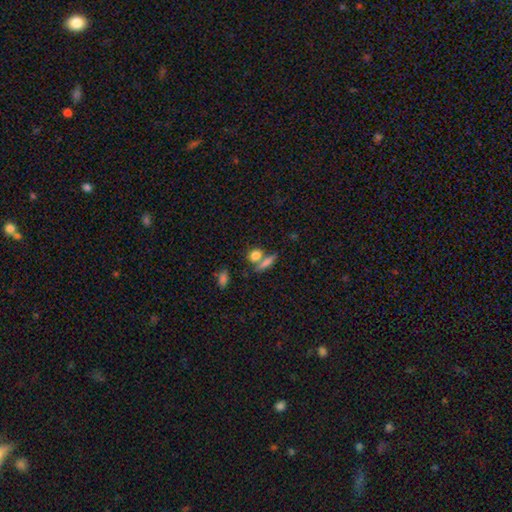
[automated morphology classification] Smooth or featured?
  - smooth: 79% *
  - featured or disk: 11%
  - star or artifact: 10%
How rounded?
  - in between: 42% *
  - round: 41%
  - cigar-shaped: 17%
Merging?
  - none: 54% *
  - merger: 32%
  - minor disturbance: 9%
  - major disturbance: 4%